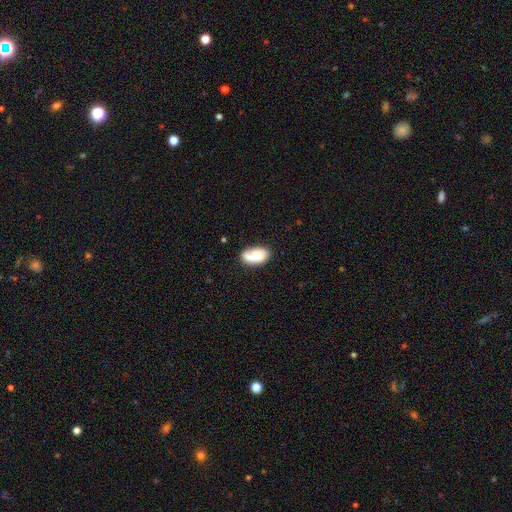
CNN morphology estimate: type=smooth (66%); roundness=in between (91%); merging=none (50%).